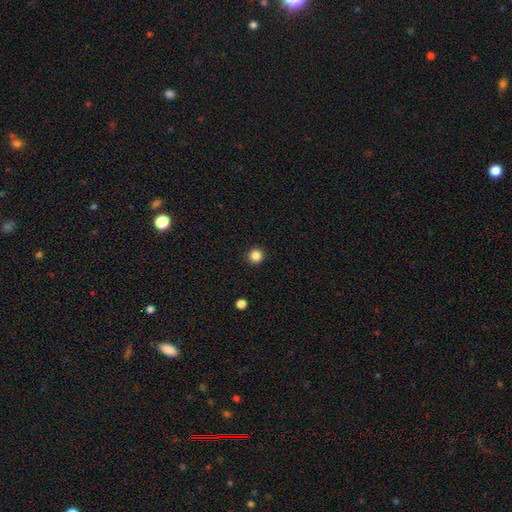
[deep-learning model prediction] A smooth galaxy with no disk features (85%) that is round (96%).

Vote fractions:
- Smooth or featured? smooth: 85% / star or artifact: 12% / featured or disk: 3%
- How rounded? round: 96% / in between: 3% / cigar-shaped: 1%
- Merging? none: 93% / minor disturbance: 4% / major disturbance: 2% / merger: 1%